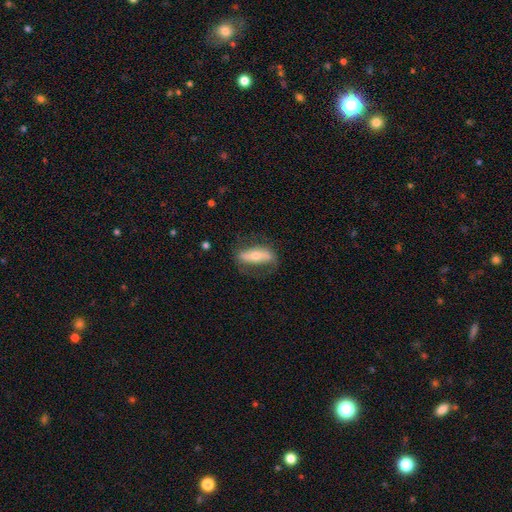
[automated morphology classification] Overall: featured or disk (54%; smooth 40%). Edge-on disk: no (65%; yes 35%). Merging: none (66%).